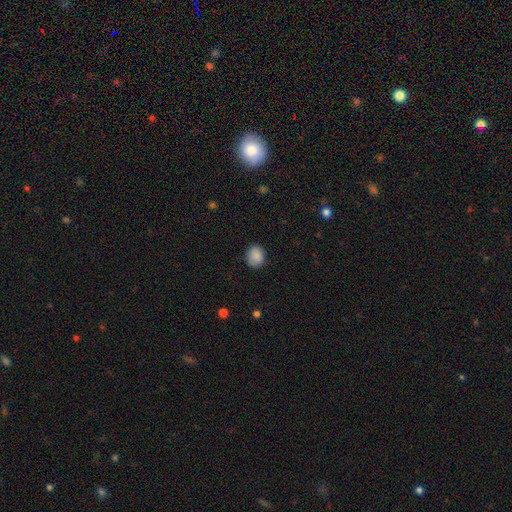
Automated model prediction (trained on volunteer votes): smooth-or-featured: smooth: 88% | star or artifact: 8% | featured or disk: 4%
  how-rounded: round: 67% | in between: 32% | cigar-shaped: 1%
  merging: none: 84% | minor disturbance: 13% | major disturbance: 3% | merger: 1%